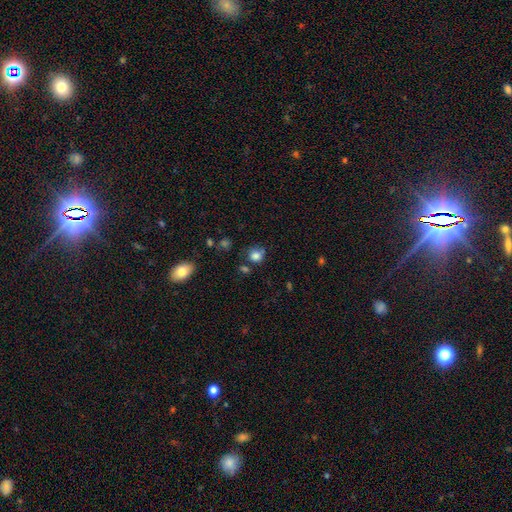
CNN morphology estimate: The model was most divided on "merging": none: 67%, minor disturbance: 20%, merger: 7%, major disturbance: 6%. More confident: how rounded — round (82%); smooth or featured — smooth (82%).